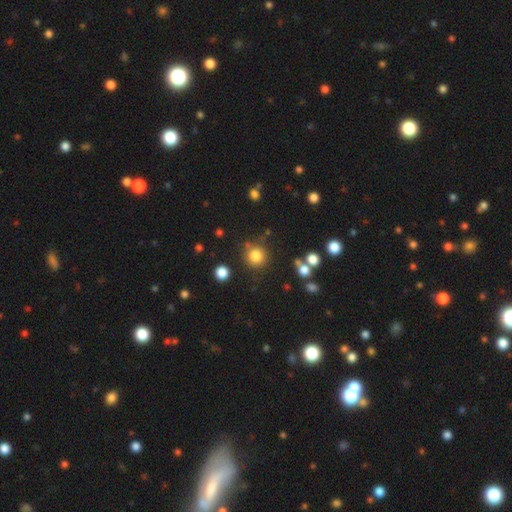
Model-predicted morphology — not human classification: This is clearly a smooth galaxy (81%). How rounded: clearly round (93%). Merging: likely none (80%).